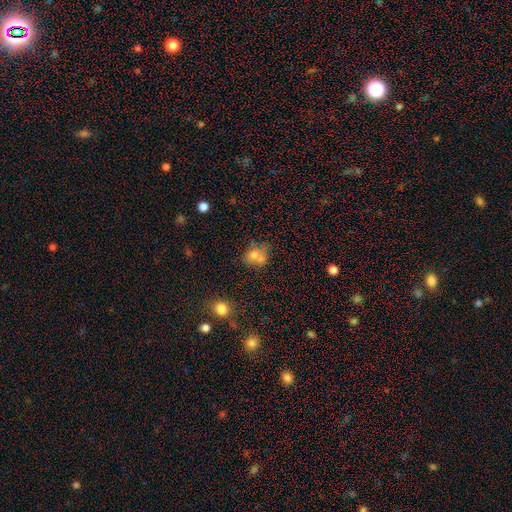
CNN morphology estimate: The model was most divided on "merging": none: 43%, merger: 33%, minor disturbance: 16%, major disturbance: 8%. More confident: smooth or featured — smooth (69%); how rounded — round (62%).